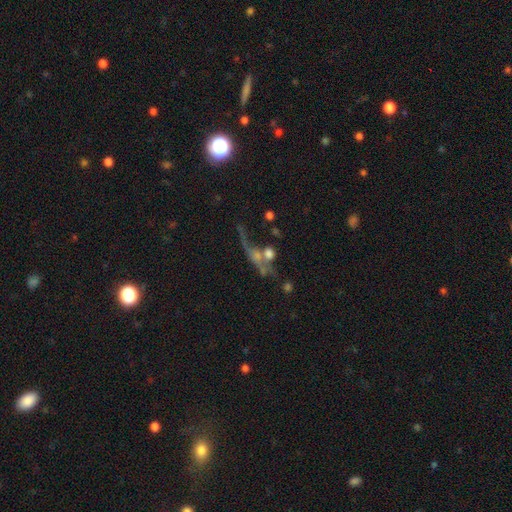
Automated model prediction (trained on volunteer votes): Q: Smooth or featured?
A: featured or disk (45%); runner-up: star or artifact (29%)
Q: Merging?
A: none (34%); runner-up: merger (31%)